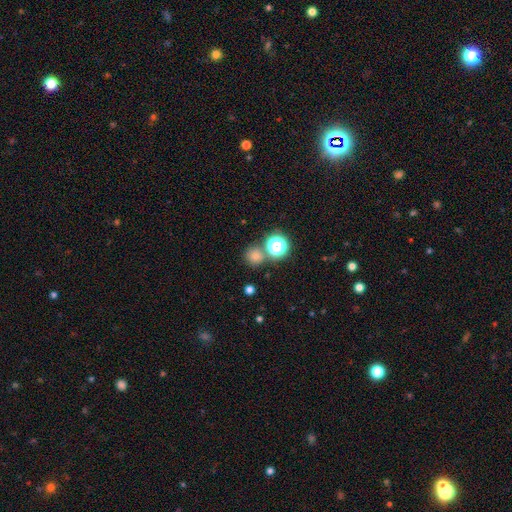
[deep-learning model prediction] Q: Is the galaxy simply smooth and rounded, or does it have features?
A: smooth — 72%.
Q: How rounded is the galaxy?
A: round — 91%.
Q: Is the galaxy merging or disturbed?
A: none — 72%.